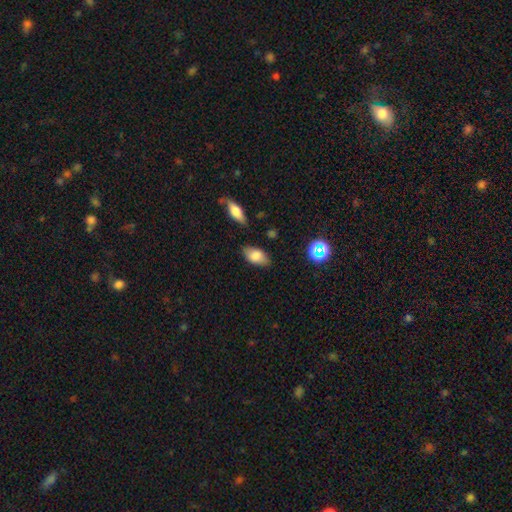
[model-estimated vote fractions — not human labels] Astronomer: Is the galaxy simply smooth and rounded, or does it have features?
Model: smooth — 80%.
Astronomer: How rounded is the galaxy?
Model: in between — 91%.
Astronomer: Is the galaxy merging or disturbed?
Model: none — 78%.